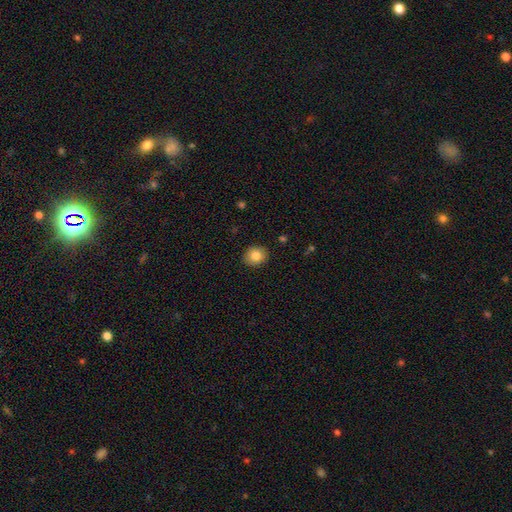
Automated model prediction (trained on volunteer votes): smooth-or-featured: smooth: 84% | star or artifact: 9% | featured or disk: 7%
  how-rounded: round: 72% | in between: 27% | cigar-shaped: 1%
  merging: none: 90% | minor disturbance: 7% | major disturbance: 2% | merger: 1%